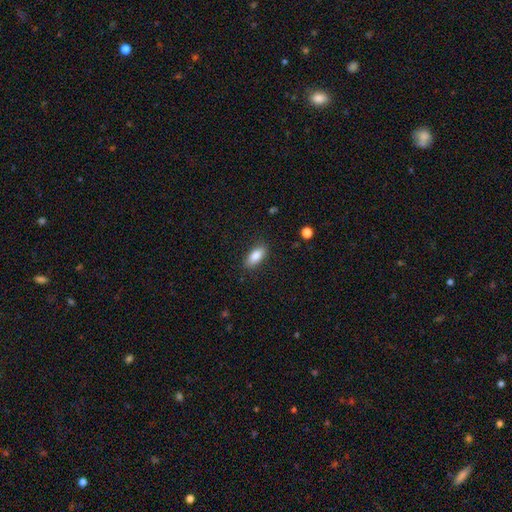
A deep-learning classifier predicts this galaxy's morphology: This appears to be a smooth galaxy with no disk features (84%) that is in between round and cigar-shaped (85%). Merging: none (86%).